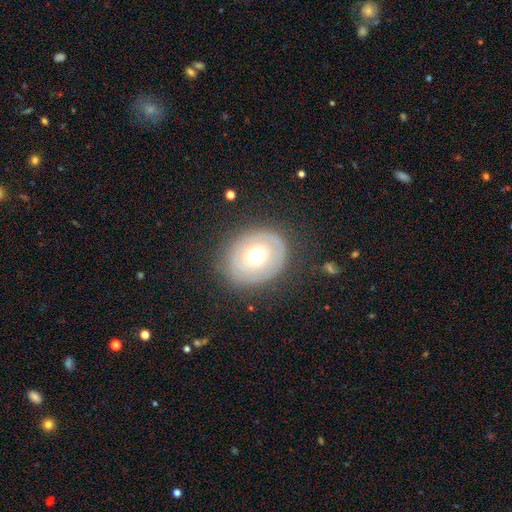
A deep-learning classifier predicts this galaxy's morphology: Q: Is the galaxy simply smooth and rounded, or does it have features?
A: smooth — 46%, tied with featured or disk.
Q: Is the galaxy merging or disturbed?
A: none — 78%.